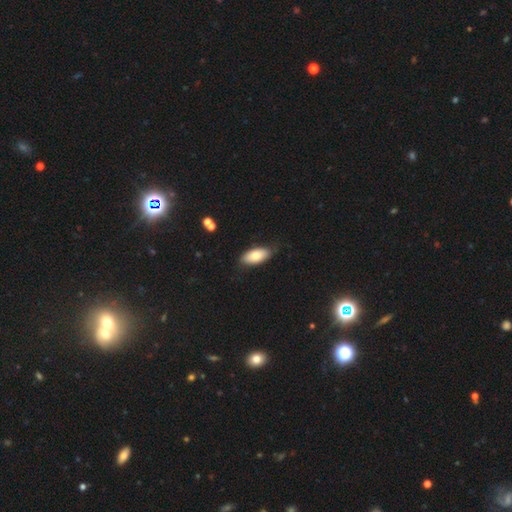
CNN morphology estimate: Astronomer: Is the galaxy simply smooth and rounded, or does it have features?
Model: smooth — 76%.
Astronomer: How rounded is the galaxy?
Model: in between — 91%.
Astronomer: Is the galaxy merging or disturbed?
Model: none — 79%.